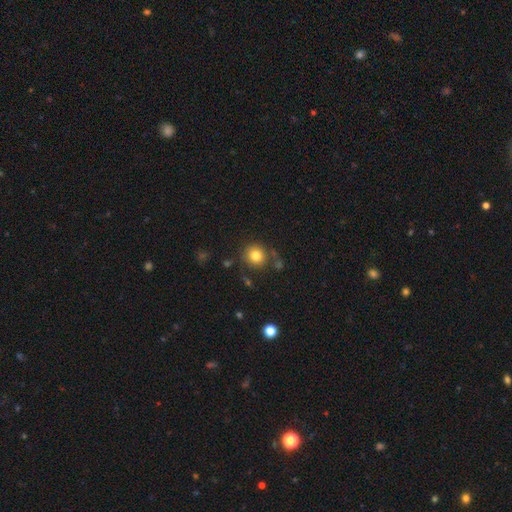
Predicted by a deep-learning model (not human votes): smooth 80%, star or artifact 11%, featured or disk 9%. Down the decision tree: how rounded — round (90%); merging — none (77%).